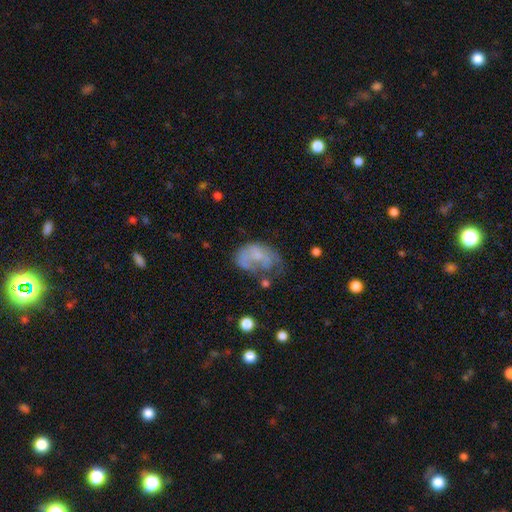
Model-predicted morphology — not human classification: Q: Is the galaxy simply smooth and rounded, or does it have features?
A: featured or disk — 46%.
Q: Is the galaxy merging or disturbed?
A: major disturbance — 38%.